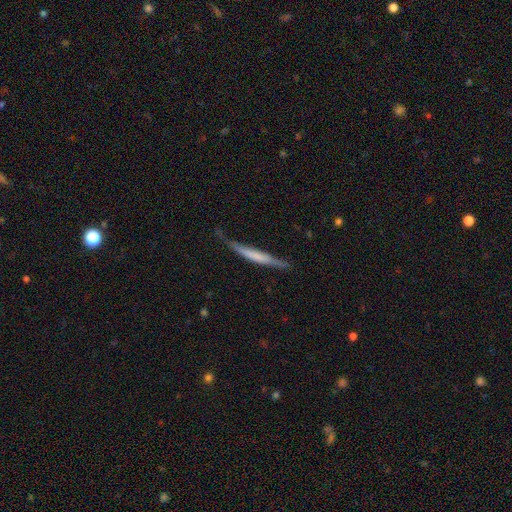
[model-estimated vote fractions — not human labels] featured or disk 48%, smooth 46%, star or artifact 6%. Down the decision tree: merging — none (58%).